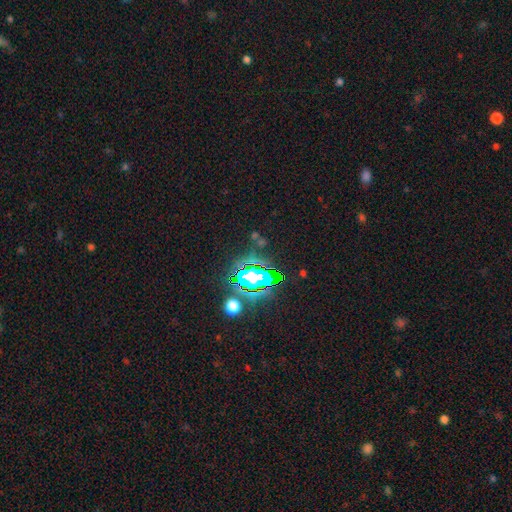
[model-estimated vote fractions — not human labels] Overall: star or artifact (82%).